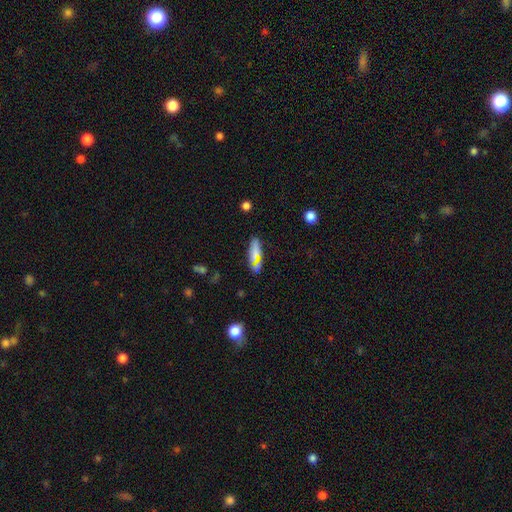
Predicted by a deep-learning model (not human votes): Smooth or featured?
  - smooth: 68% *
  - featured or disk: 17%
  - star or artifact: 14%
How rounded?
  - in between: 52% *
  - cigar-shaped: 43%
  - round: 4%
Merging?
  - none: 75% *
  - minor disturbance: 15%
  - merger: 5%
  - major disturbance: 5%